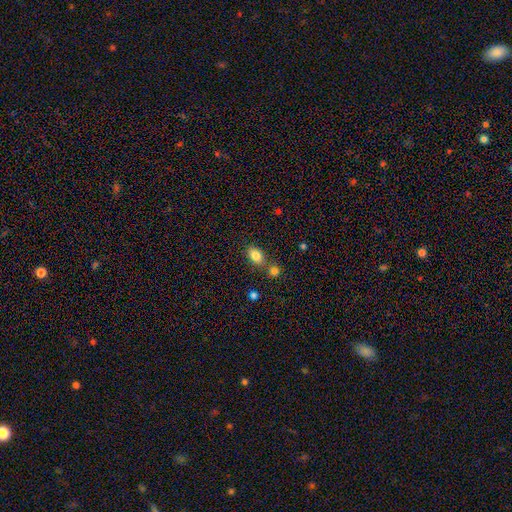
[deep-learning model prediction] The model was most divided on "merging": none: 65%, merger: 21%, minor disturbance: 11%, major disturbance: 3%. More confident: how rounded — in between (84%); smooth or featured — smooth (83%).